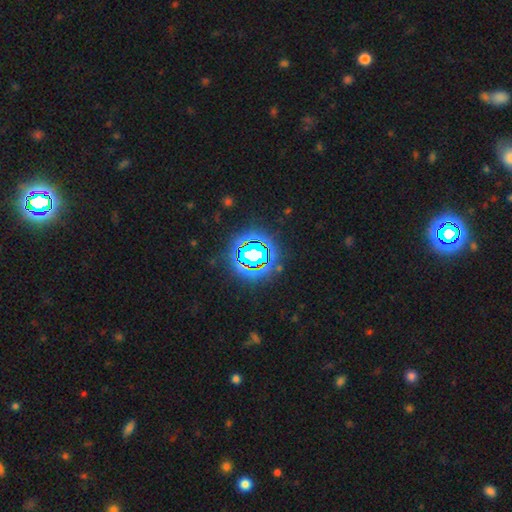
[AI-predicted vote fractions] A star or artifact, not a galaxy (79%).

Vote fractions:
- Smooth or featured? star or artifact: 79% / smooth: 13% / featured or disk: 9%